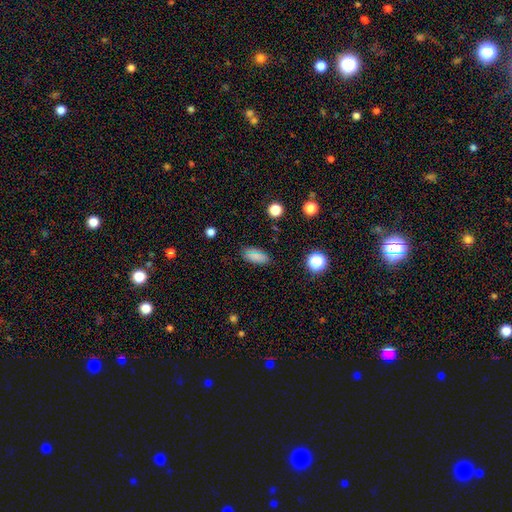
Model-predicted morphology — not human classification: This appears to be a smooth galaxy with no disk features (83%) that is in between round and cigar-shaped (84%). Merging: none (85%).